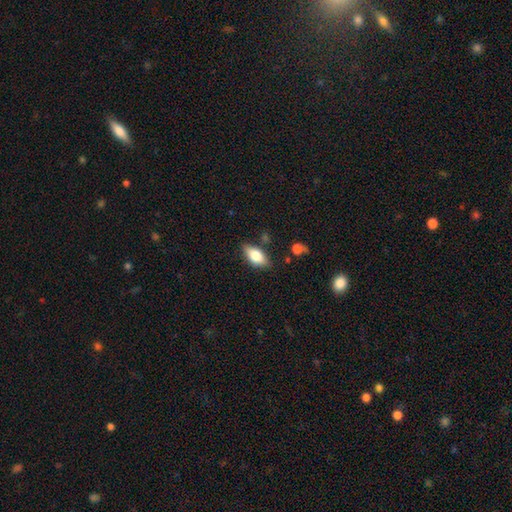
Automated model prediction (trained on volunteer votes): Smooth or featured?
  - smooth: 74% *
  - featured or disk: 19%
  - star or artifact: 8%
How rounded?
  - in between: 86% *
  - cigar-shaped: 9%
  - round: 5%
Merging?
  - none: 79% *
  - minor disturbance: 15%
  - merger: 3%
  - major disturbance: 3%